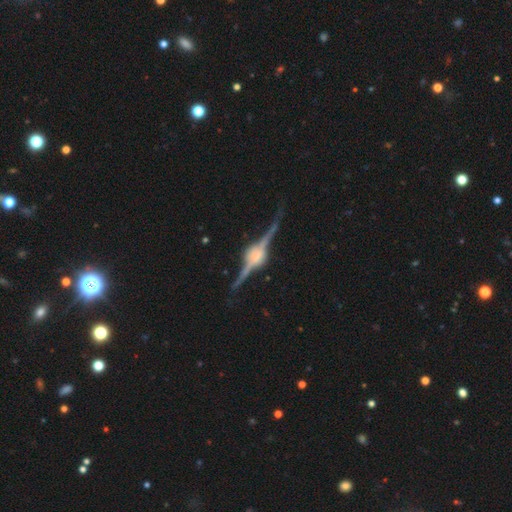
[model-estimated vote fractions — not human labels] Smooth or featured: featured or disk — 91% (star or artifact — 6%)
Edge-on disk: yes — 98% (no — 2%)
Edge-on bulge: rounded — 81% (boxy — 17%)
Merging: none — 85% (minor disturbance — 11%)